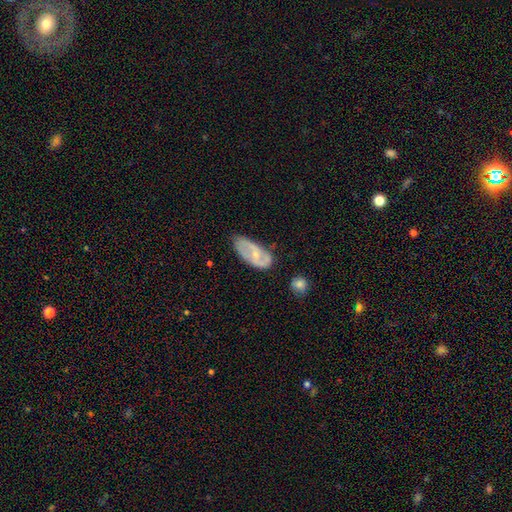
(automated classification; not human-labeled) featured or disk 62%, smooth 31%, star or artifact 7%. Down the decision tree: edge-on disk — no (91%); bar — no (51%); spiral arms — yes (67%); bulge size — small (66%); merging — none (53%).